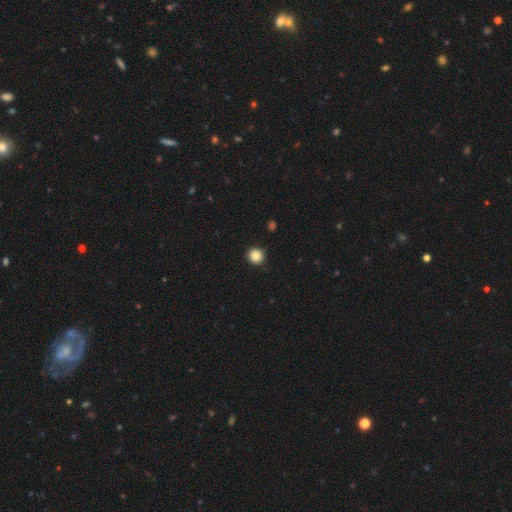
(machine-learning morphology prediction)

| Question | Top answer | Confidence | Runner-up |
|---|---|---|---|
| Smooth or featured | smooth | 86% | star or artifact (10%) |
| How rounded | round | 95% | in between (4%) |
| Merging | none | 92% | minor disturbance (5%) |